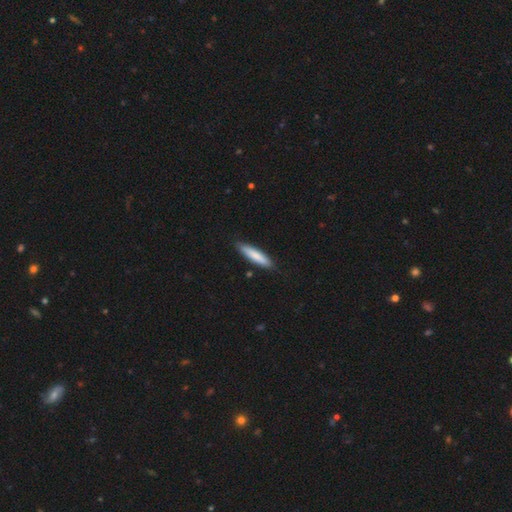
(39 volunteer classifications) Smooth or featured? smooth (74%)
How rounded? cigar-shaped (62%)
Merging? none (92%)